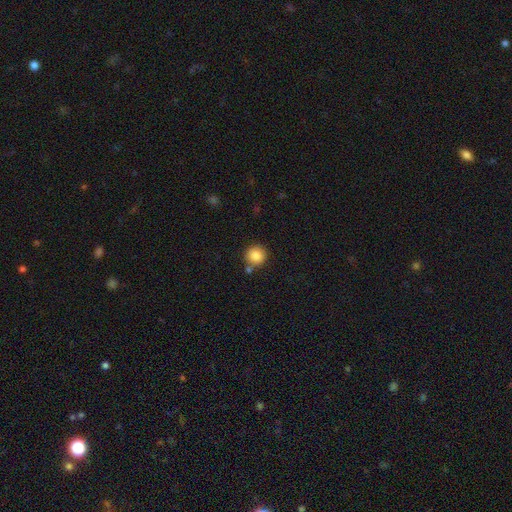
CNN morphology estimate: Smooth or featured: smooth — 86% (star or artifact — 9%)
How rounded: round — 93% (in between — 6%)
Merging: none — 79% (merger — 10%)